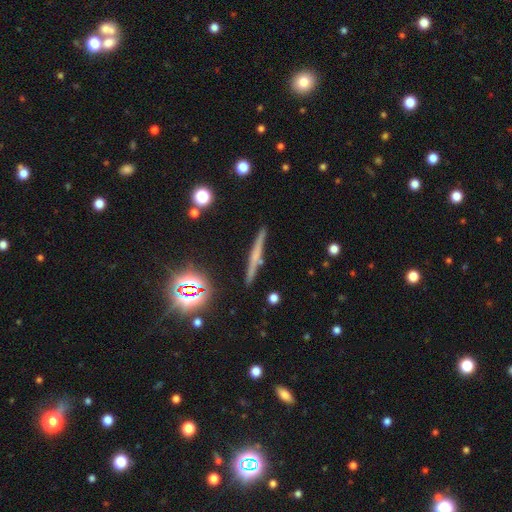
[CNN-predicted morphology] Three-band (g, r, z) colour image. It shows a featured or disk galaxy (48%). Merging: none (87%).